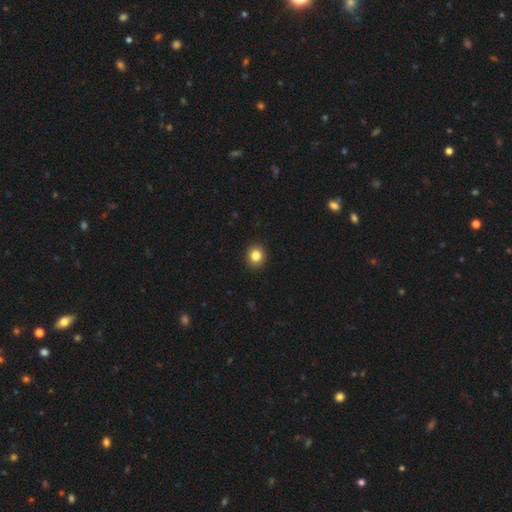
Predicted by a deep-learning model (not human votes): Morphology: type=smooth (84%); roundness=round (81%); merging=none (92%).